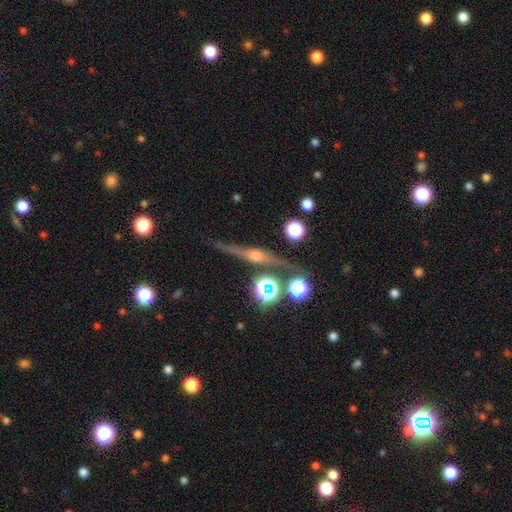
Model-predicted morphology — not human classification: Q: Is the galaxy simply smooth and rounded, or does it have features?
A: featured or disk — 76%.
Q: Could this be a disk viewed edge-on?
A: yes — 95%.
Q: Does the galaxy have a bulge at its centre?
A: rounded — 87%.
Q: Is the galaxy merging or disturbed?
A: none — 81%.